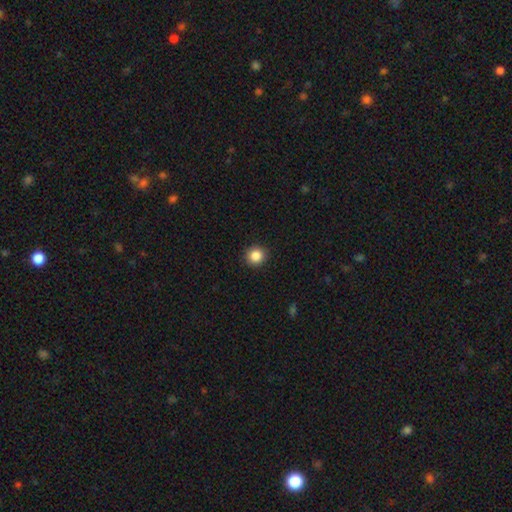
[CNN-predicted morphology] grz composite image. It shows a smooth galaxy with no disk features (86%) that is round (91%). Merging: none (92%).